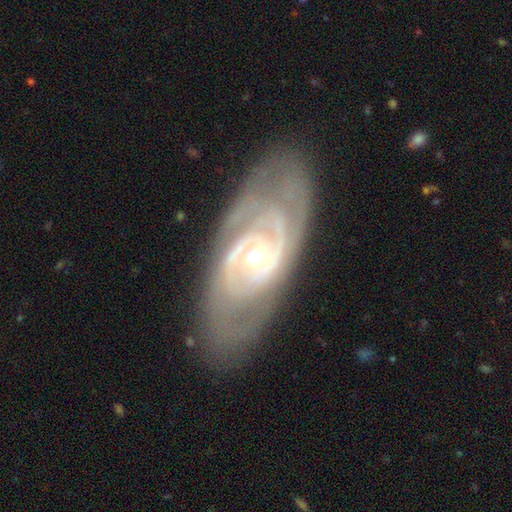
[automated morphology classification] featured or disk 89%, smooth 6%, star or artifact 5%. Down the decision tree: edge-on disk — no (93%); bar — no (63%); spiral arms — yes (94%); spiral arm count — 2 (54%); spiral winding — tight (66%); bulge size — small (59%); merging — none (80%).